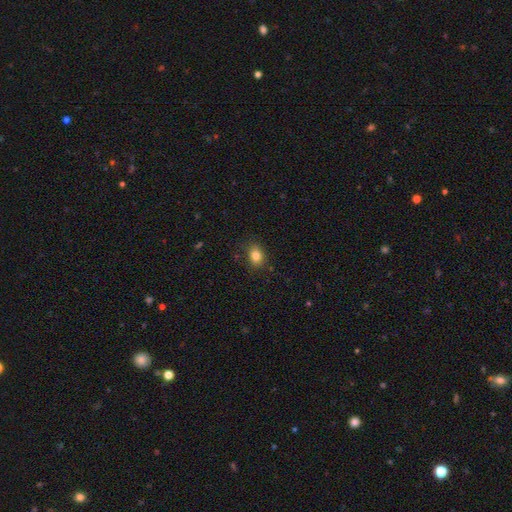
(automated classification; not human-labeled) The model was most divided on "how rounded": in between: 57%, round: 42%, cigar-shaped: 1%. More confident: merging — none (84%); smooth or featured — smooth (82%).